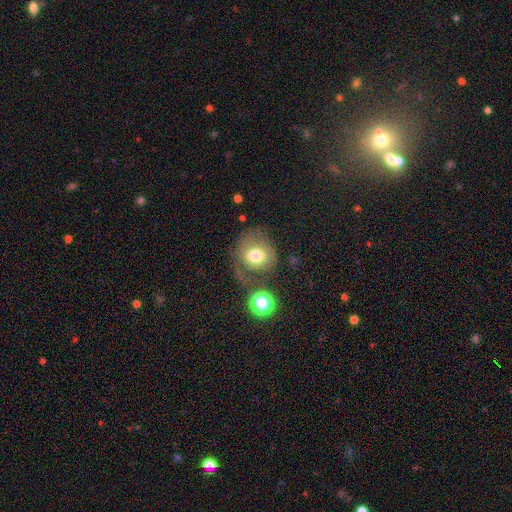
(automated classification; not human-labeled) Smooth or featured? smooth (68%)
How rounded? round (74%)
Merging? none (48%)